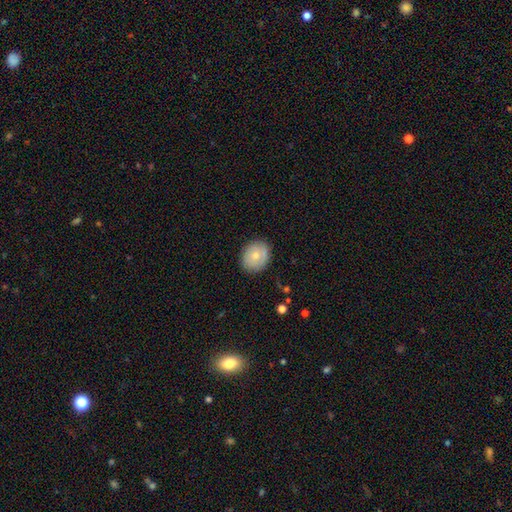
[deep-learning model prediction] Smooth or featured?
  - smooth: 70% *
  - featured or disk: 23%
  - star or artifact: 7%
How rounded?
  - round: 55% *
  - in between: 44%
  - cigar-shaped: 1%
Merging?
  - none: 84% *
  - minor disturbance: 12%
  - major disturbance: 3%
  - merger: 1%